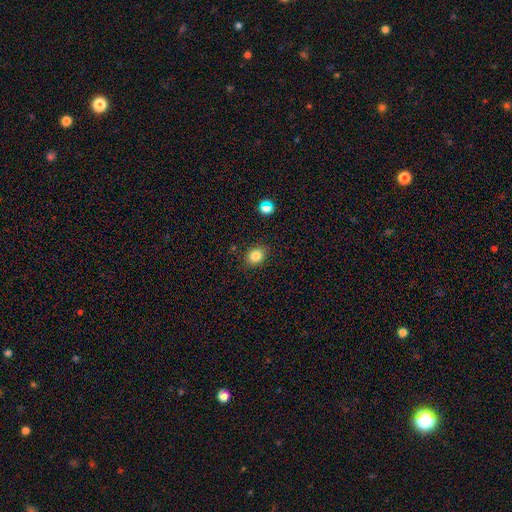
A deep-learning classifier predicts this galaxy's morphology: Q: Smooth or featured?
A: smooth (84%); runner-up: star or artifact (11%)
Q: How rounded?
A: in between (50%); runner-up: round (49%)
Q: Merging?
A: none (85%); runner-up: minor disturbance (10%)